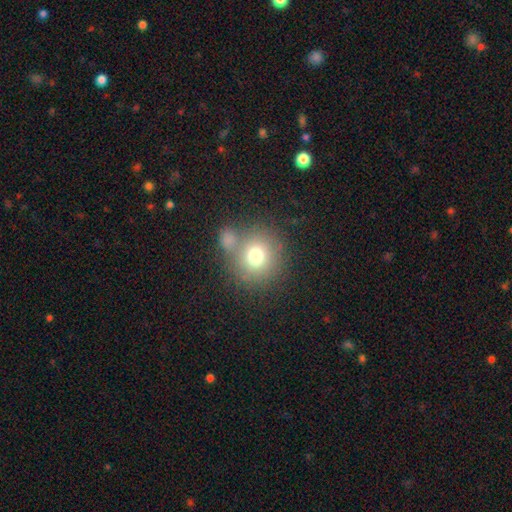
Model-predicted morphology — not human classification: smooth 74%, featured or disk 13%, star or artifact 13%. Down the decision tree: how rounded — round (89%); merging — none (62%).